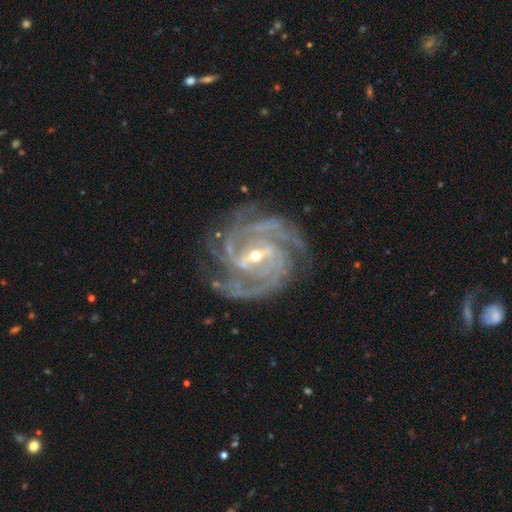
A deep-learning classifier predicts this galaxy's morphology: featured or disk 93%, star or artifact 5%, smooth 2%. Down the decision tree: edge-on disk — no (97%); bar — strong (45%); spiral arms — yes (99%); spiral arm count — 4 (32%); spiral winding — tight (66%); bulge size — small (57%); merging — none (78%).